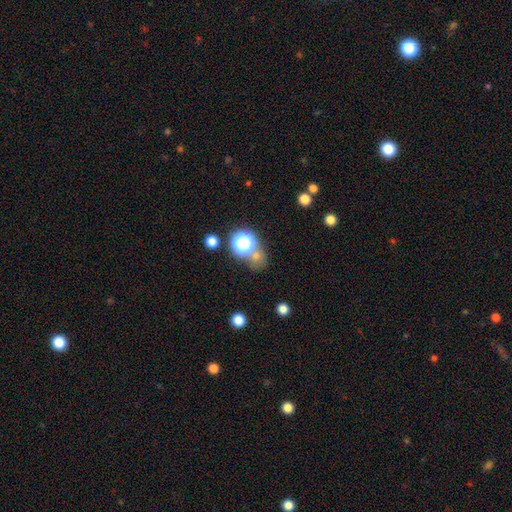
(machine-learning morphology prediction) smooth_or_featured: smooth (p=0.46) [alt: star or artifact p=0.44]
merging: none (p=0.65) [alt: merger p=0.15]